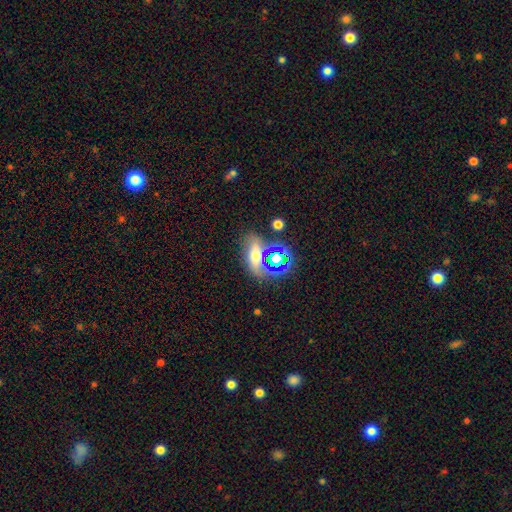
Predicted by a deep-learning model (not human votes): This appears to be a smooth galaxy with no disk features (49%). Merging: none (59%).